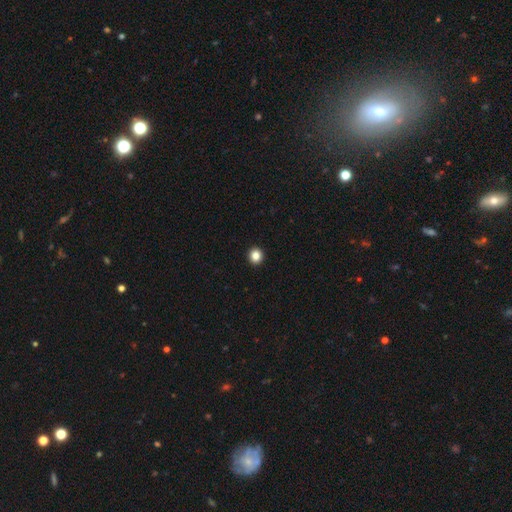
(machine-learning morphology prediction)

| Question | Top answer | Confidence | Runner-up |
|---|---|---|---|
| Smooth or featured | smooth | 85% | star or artifact (11%) |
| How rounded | round | 88% | in between (12%) |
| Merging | none | 94% | minor disturbance (4%) |